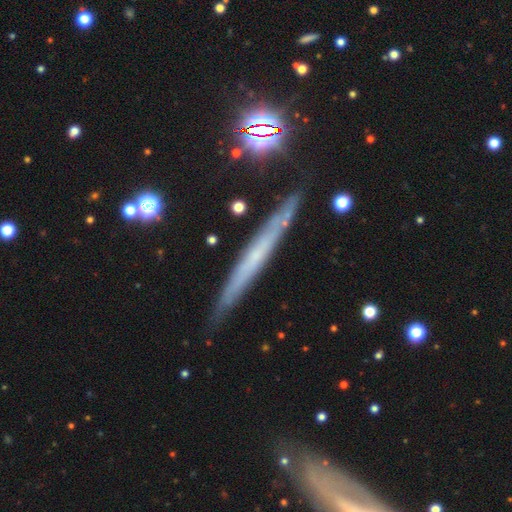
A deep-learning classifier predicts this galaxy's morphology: Q: Smooth or featured?
A: featured or disk (59%); runner-up: smooth (30%)
Q: Edge-on disk?
A: yes (93%); runner-up: no (7%)
Q: Edge-on bulge?
A: none (80%); runner-up: rounded (16%)
Q: Merging?
A: none (87%); runner-up: minor disturbance (9%)